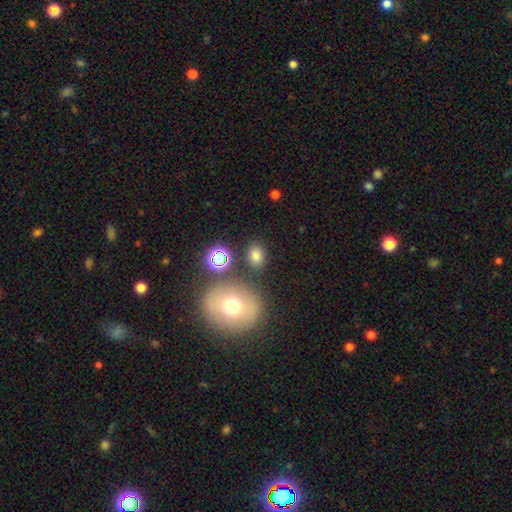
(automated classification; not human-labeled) Smooth or featured?
  - smooth: 74% *
  - star or artifact: 18%
  - featured or disk: 8%
How rounded?
  - in between: 64% *
  - round: 34%
  - cigar-shaped: 2%
Merging?
  - none: 80% *
  - minor disturbance: 10%
  - merger: 6%
  - major disturbance: 4%